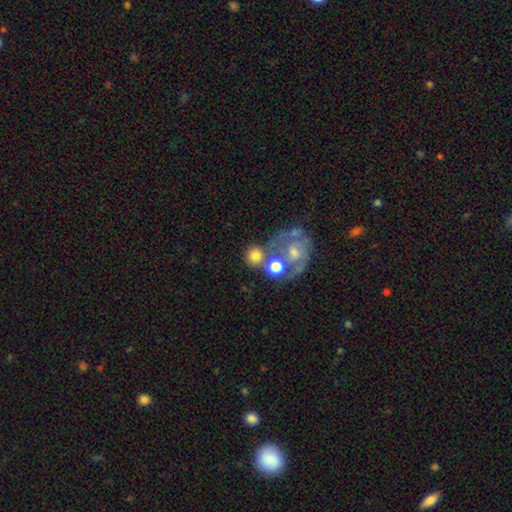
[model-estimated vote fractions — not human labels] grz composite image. It shows a smooth galaxy with no disk features (72%) that is round (83%). Merging: none (50%).